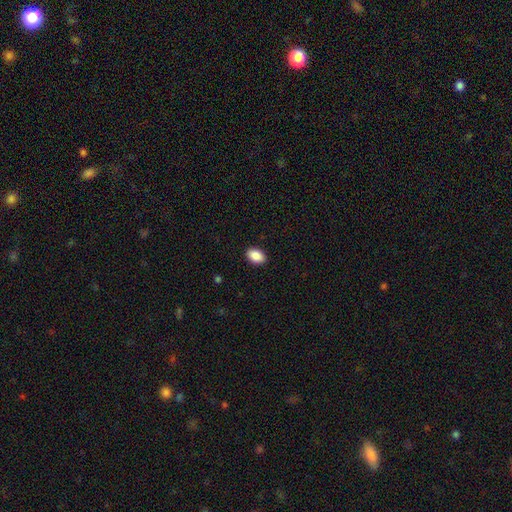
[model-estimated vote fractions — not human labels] Smooth or featured?
  - smooth: 89% *
  - star or artifact: 7%
  - featured or disk: 3%
How rounded?
  - in between: 88% *
  - round: 11%
  - cigar-shaped: 1%
Merging?
  - none: 90% *
  - minor disturbance: 7%
  - major disturbance: 2%
  - merger: 1%